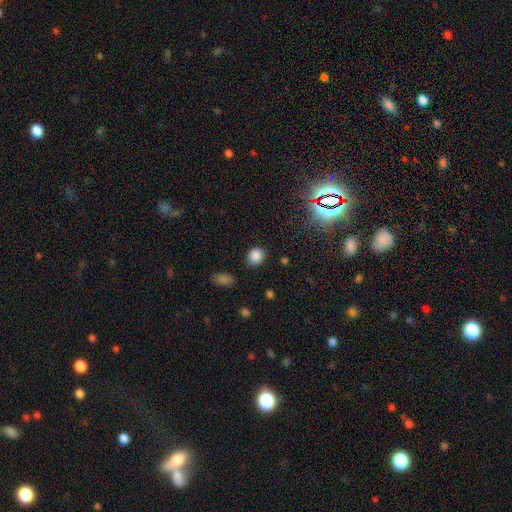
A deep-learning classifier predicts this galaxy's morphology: Smooth or featured? Predicted: smooth (p=0.84). How rounded? Predicted: round (p=0.77). Merging? Predicted: none (p=0.85).